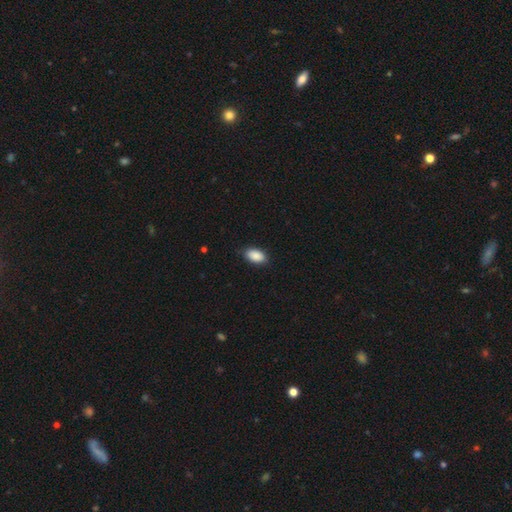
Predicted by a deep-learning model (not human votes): Smooth or featured? smooth (89%)
How rounded? in between (93%)
Merging? none (83%)